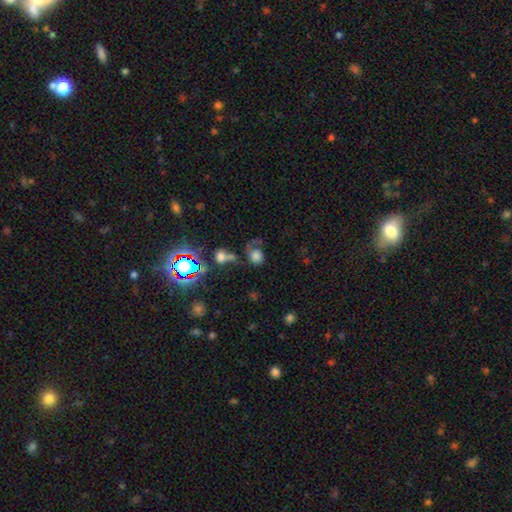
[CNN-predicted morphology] A smooth galaxy with no disk features (64%) that is round (57%). Merging: none (33%).